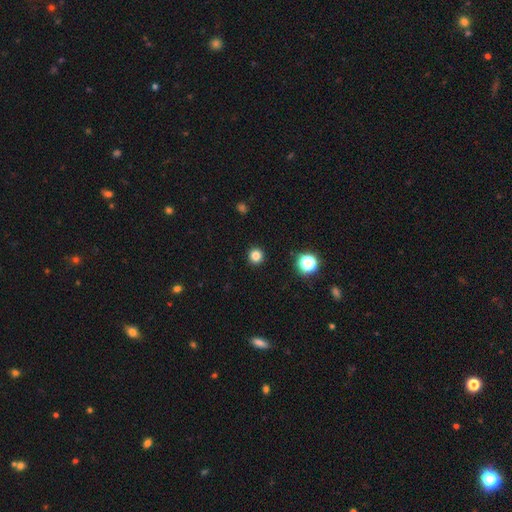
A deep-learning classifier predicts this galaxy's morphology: Smooth or featured? smooth (82%)
How rounded? round (95%)
Merging? none (93%)